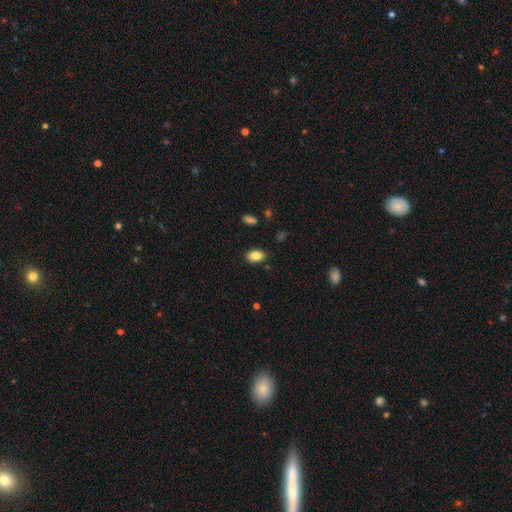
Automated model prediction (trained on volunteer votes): The model was most divided on "merging": none: 86%, minor disturbance: 10%, major disturbance: 2%, merger: 2%. More confident: how rounded — in between (89%); smooth or featured — smooth (86%).